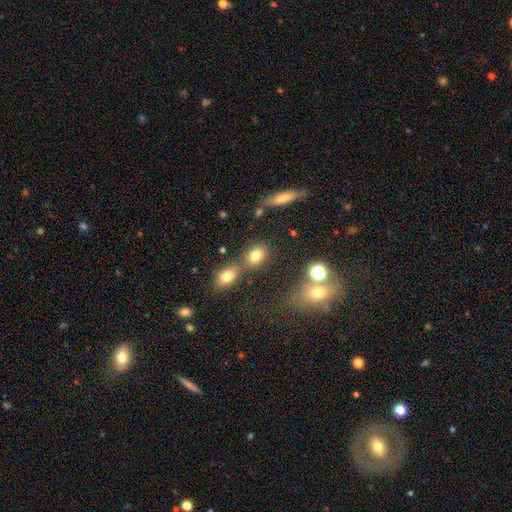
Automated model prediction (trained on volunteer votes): Smooth or featured: smooth — 77% (star or artifact — 13%)
How rounded: in between — 65% (round — 33%)
Merging: none — 58% (merger — 26%)